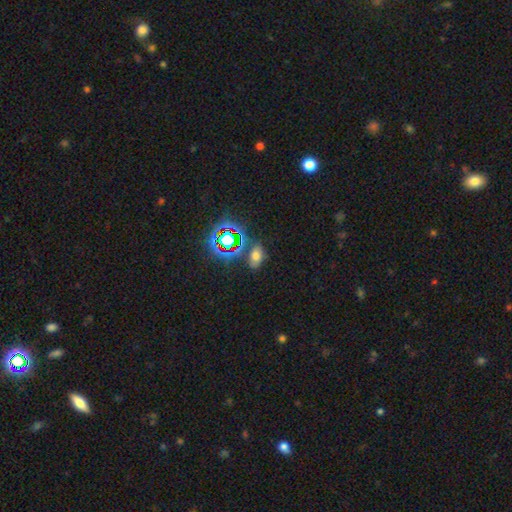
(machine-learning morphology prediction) smooth-or-featured: smooth: 54% | star or artifact: 33% | featured or disk: 12%
  how-rounded: in between: 84% | round: 14% | cigar-shaped: 2%
  merging: none: 71% | minor disturbance: 16% | merger: 7% | major disturbance: 6%